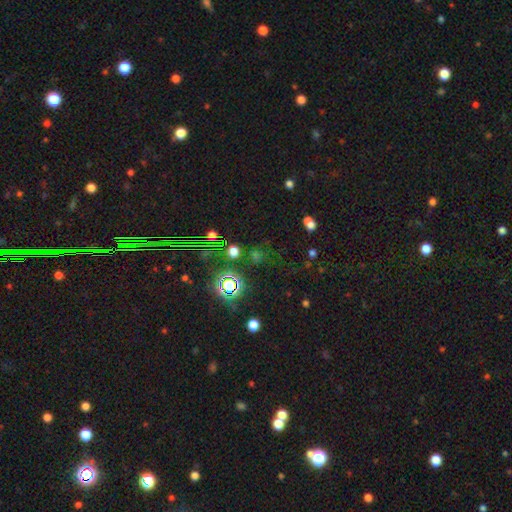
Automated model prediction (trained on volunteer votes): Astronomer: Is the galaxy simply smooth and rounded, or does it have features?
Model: star or artifact — 69%.